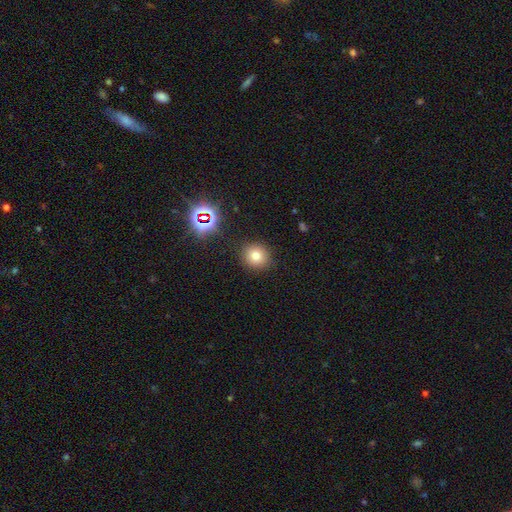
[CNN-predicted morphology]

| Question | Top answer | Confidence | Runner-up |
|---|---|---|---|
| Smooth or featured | smooth | 75% | star or artifact (17%) |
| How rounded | round | 85% | in between (14%) |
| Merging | none | 88% | minor disturbance (8%) |